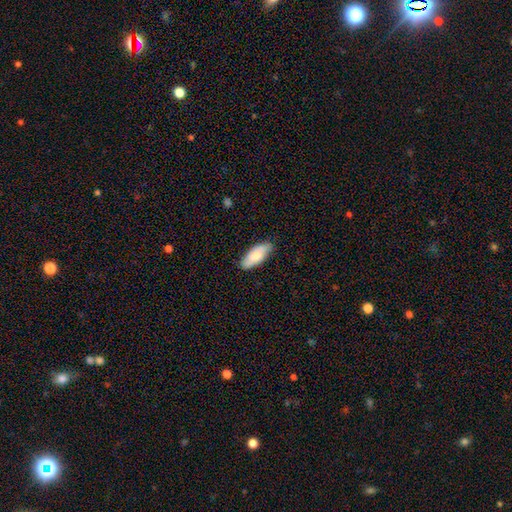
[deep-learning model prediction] smooth 75%, featured or disk 20%, star or artifact 6%. Down the decision tree: how rounded — in between (81%); merging — none (82%).